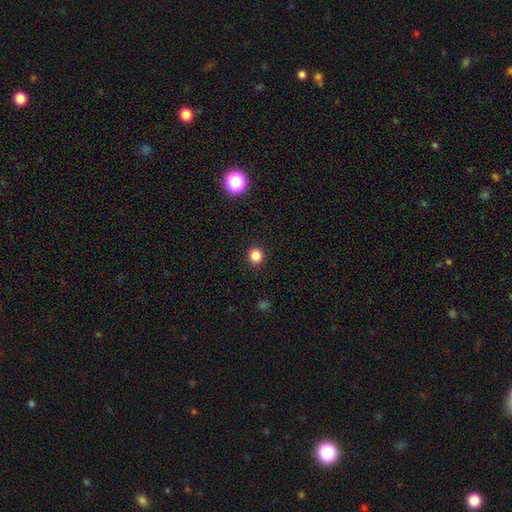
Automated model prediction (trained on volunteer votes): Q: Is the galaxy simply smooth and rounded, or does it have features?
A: smooth — 85%.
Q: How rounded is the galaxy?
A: round — 91%.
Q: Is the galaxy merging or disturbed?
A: none — 92%.